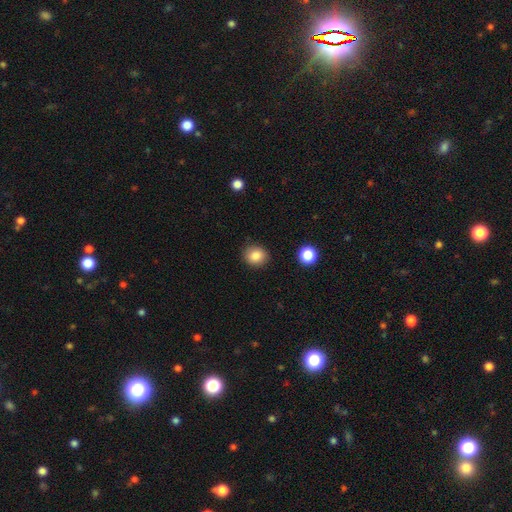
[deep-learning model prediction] A smooth galaxy with no disk features (85%) that is round (79%).

Vote fractions:
- Smooth or featured? smooth: 85% / star or artifact: 10% / featured or disk: 5%
- How rounded? round: 79% / in between: 20% / cigar-shaped: 1%
- Merging? none: 87% / minor disturbance: 9% / major disturbance: 2% / merger: 2%